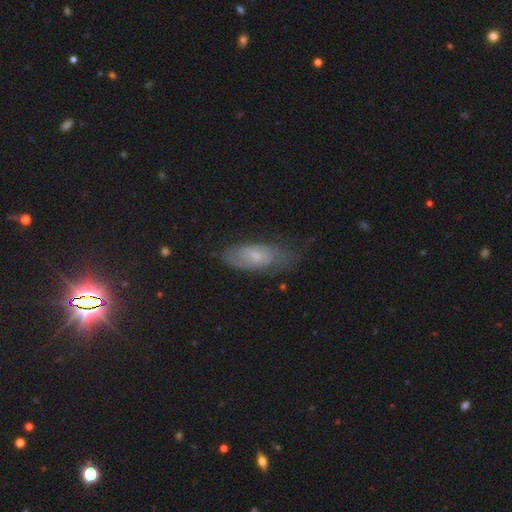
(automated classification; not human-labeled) featured or disk 47%, smooth 45%, star or artifact 8%. Down the decision tree: merging — none (58%).